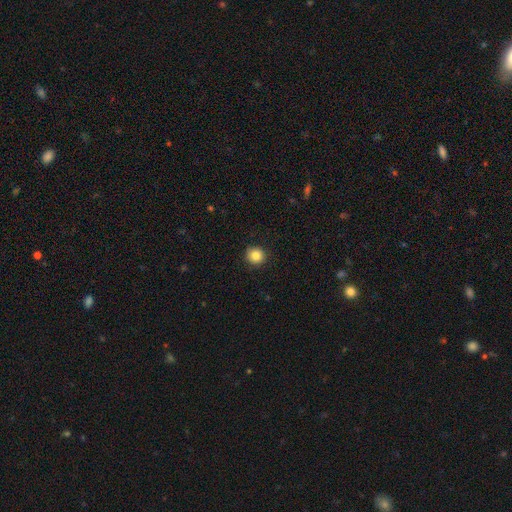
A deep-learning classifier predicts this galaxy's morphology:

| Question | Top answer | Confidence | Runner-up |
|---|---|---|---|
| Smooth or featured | smooth | 84% | star or artifact (10%) |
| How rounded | round | 93% | in between (6%) |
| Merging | none | 92% | minor disturbance (6%) |